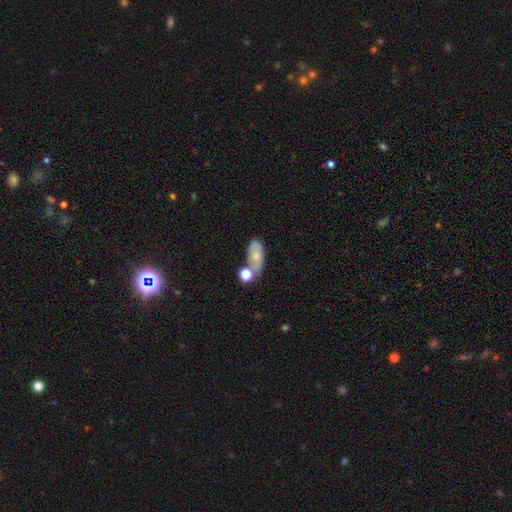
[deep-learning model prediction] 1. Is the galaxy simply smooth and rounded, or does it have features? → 60% smooth, 31% featured or disk, 9% star or artifact.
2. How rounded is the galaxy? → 85% in between, 8% round, 7% cigar-shaped.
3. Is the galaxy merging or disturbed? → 45% none, 27% merger, 20% minor disturbance, 8% major disturbance.